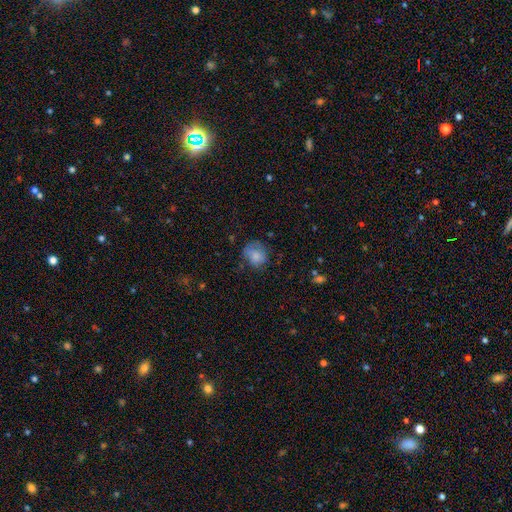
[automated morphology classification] This is likely a smooth galaxy (75%). How rounded: likely round (69%). Merging: possibly none (54%).